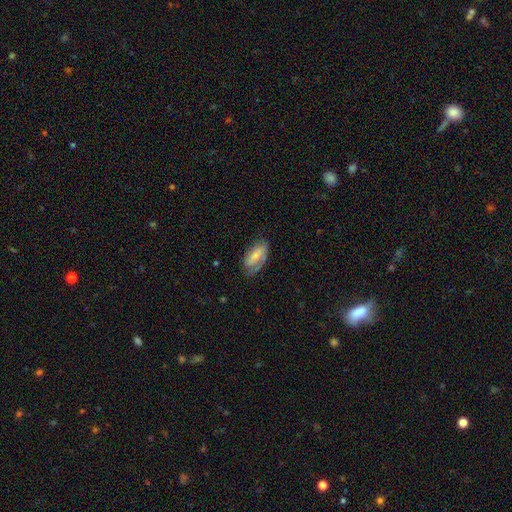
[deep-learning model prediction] This appears to be a smooth galaxy with no disk features (56%) that is in between round and cigar-shaped (86%). Merging: none (58%).